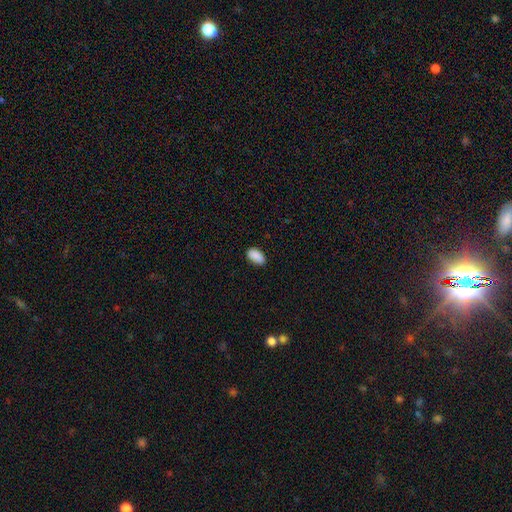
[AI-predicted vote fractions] Overall: smooth (90%). How rounded: in between (94%). Merging: none (83%).